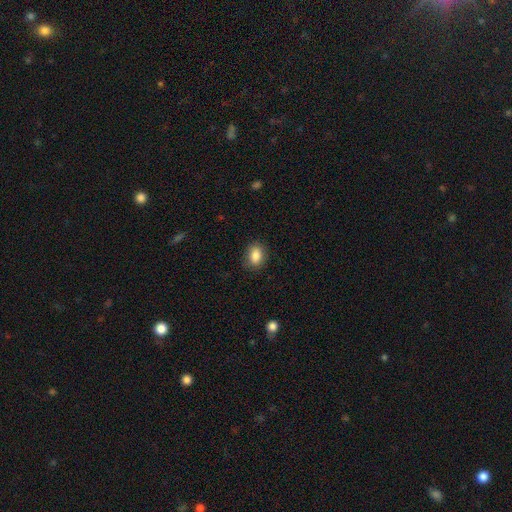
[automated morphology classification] This is clearly a smooth galaxy (87%). How rounded: likely in between (72%). Merging: clearly none (85%).